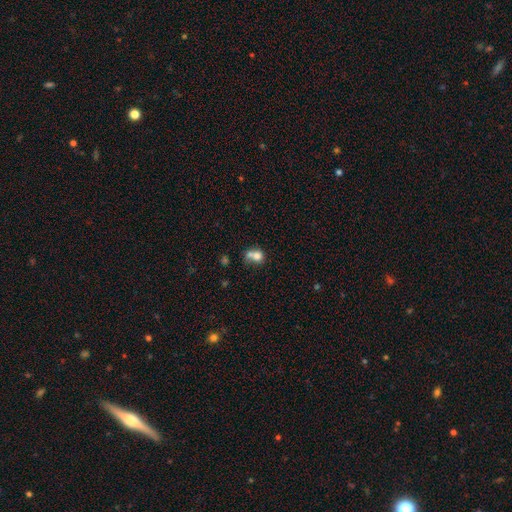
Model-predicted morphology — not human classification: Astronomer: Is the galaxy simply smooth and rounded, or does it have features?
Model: smooth — 75%.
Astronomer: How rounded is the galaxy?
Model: round — 61% (runner-up: in between, 38%).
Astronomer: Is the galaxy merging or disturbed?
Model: merger — 57%.